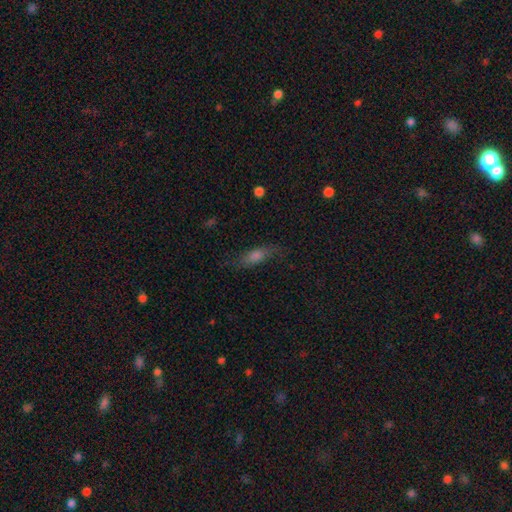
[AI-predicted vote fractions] Overall: smooth (56%; featured or disk 31%). How rounded: in between (48%; cigar-shaped 47%). Merging: none (72%).